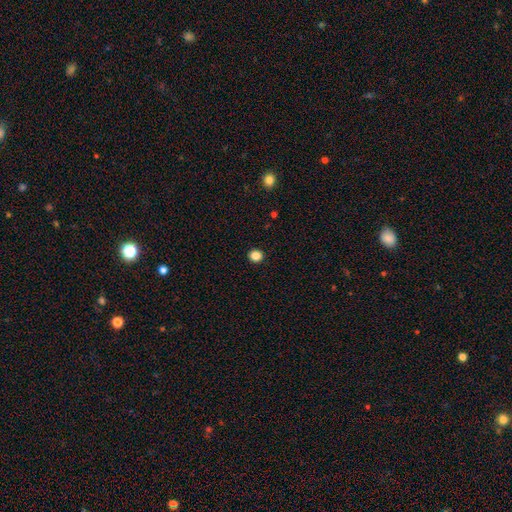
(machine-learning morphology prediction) Smooth or featured?
  - smooth: 84% *
  - star or artifact: 12%
  - featured or disk: 4%
How rounded?
  - round: 89% *
  - in between: 10%
  - cigar-shaped: 1%
Merging?
  - none: 93% *
  - minor disturbance: 5%
  - major disturbance: 1%
  - merger: 1%